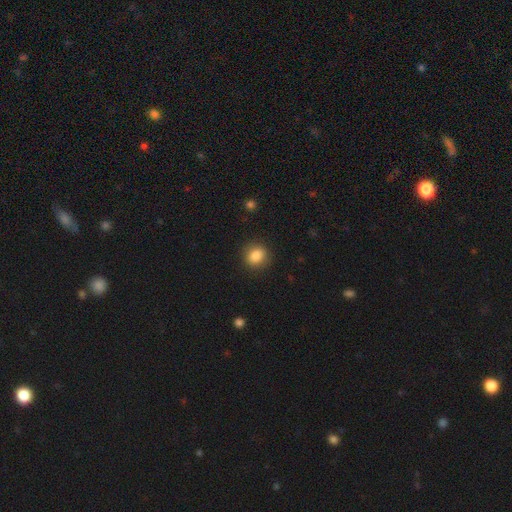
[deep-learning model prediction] Smooth or featured? smooth (86%)
How rounded? round (68%)
Merging? none (87%)